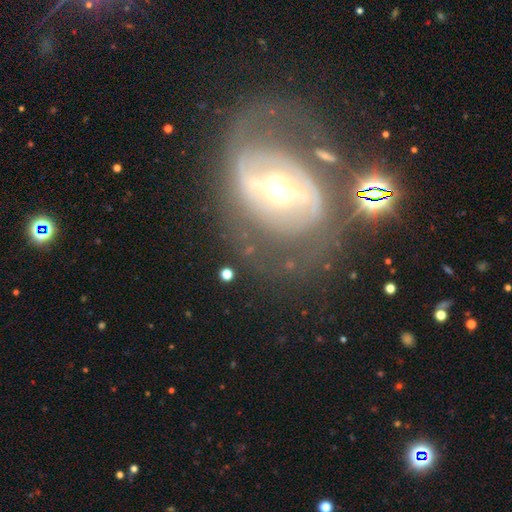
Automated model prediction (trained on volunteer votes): Morphology: type=featured or disk (79%); edge-on=no (95%); bar=strong (44%); spiral arms=yes (73%); winding=tight (40%, tied with medium); arm count=2 (64%); bulge=moderate (57%); merging=none (59%).